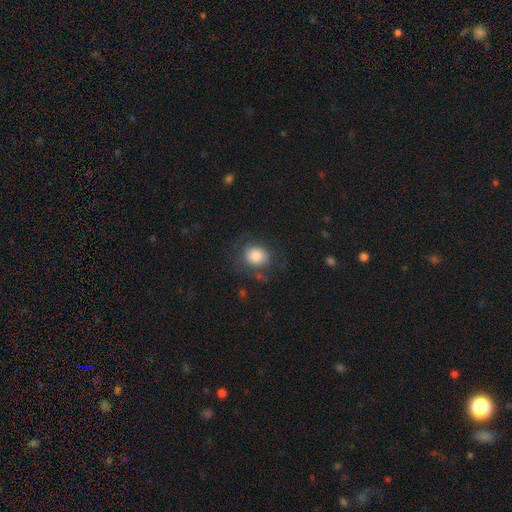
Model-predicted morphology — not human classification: Overall: smooth (79%). How rounded: round (63%; in between 36%). Merging: none (67%).